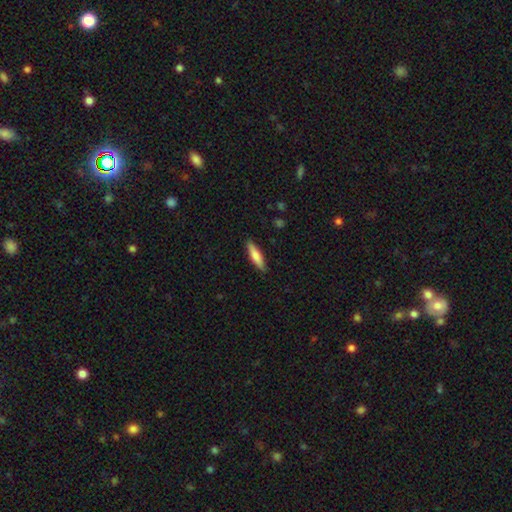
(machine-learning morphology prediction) smooth_or_featured: smooth (p=0.74) [alt: featured or disk p=0.21]
how_rounded: cigar-shaped (p=0.75) [alt: in between p=0.24]
merging: none (p=0.88) [alt: minor disturbance p=0.09]